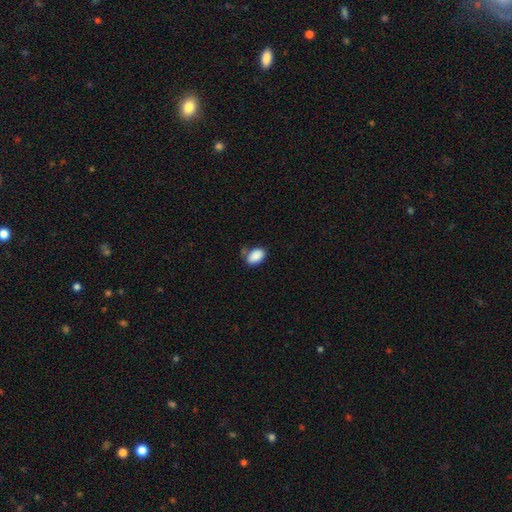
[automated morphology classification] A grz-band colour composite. It shows a smooth galaxy with no disk features (88%) that is in between round and cigar-shaped (90%). Merging: none (60%).